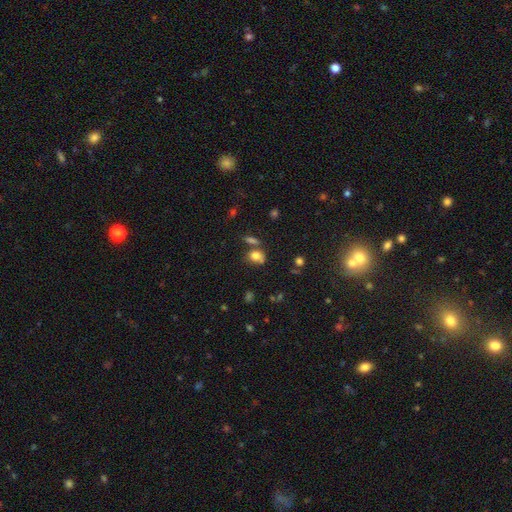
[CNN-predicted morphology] smooth 77%, star or artifact 12%, featured or disk 11%. Down the decision tree: how rounded — in between (54%); merging — none (51%).